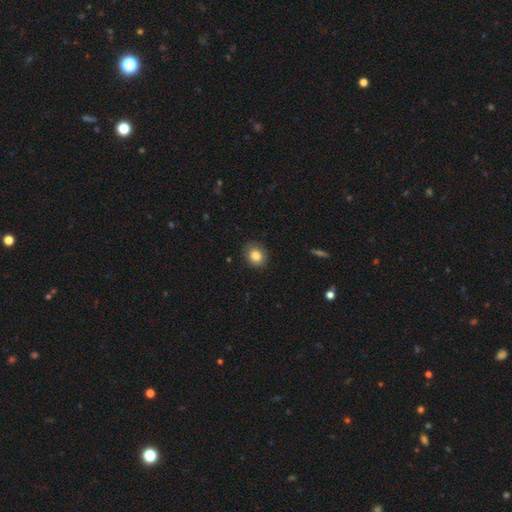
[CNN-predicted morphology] Q: Smooth or featured?
A: smooth (83%); runner-up: star or artifact (9%)
Q: How rounded?
A: round (73%); runner-up: in between (26%)
Q: Merging?
A: none (85%); runner-up: minor disturbance (11%)